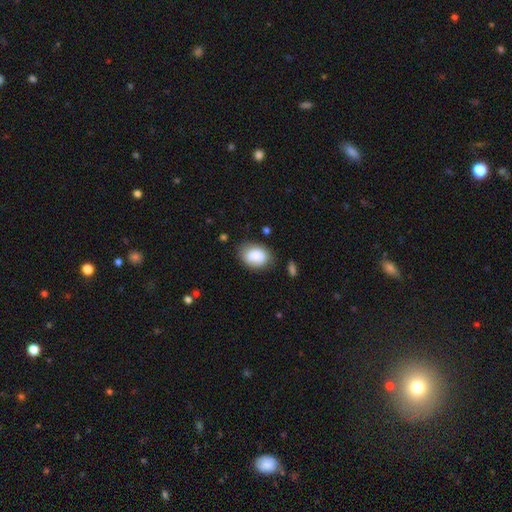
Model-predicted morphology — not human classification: smooth_or_featured: smooth (p=0.84) [alt: featured or disk p=0.09]
how_rounded: in between (p=0.77) [alt: round p=0.22]
merging: none (p=0.69) [alt: minor disturbance p=0.21]